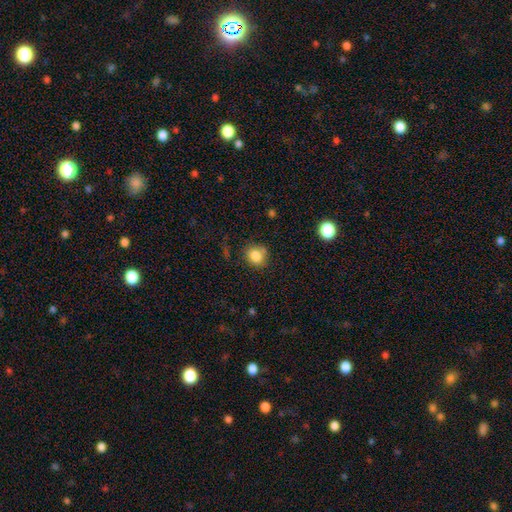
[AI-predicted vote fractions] Smooth or featured? smooth (83%)
How rounded? round (70%)
Merging? none (70%)